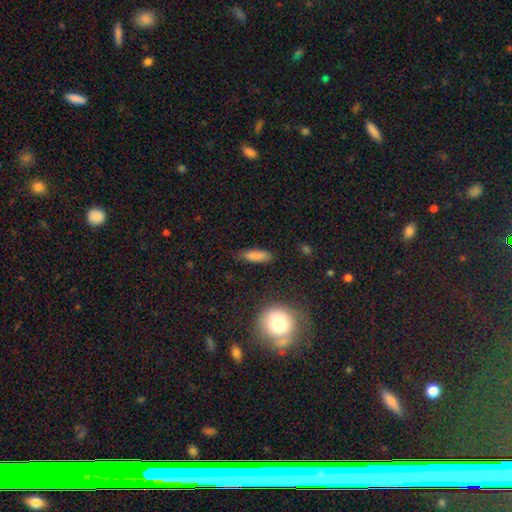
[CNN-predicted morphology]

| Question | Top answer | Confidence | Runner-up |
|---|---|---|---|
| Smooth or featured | smooth | 84% | star or artifact (9%) |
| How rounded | cigar-shaped | 51% | in between (46%) |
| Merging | none | 81% | minor disturbance (14%) |